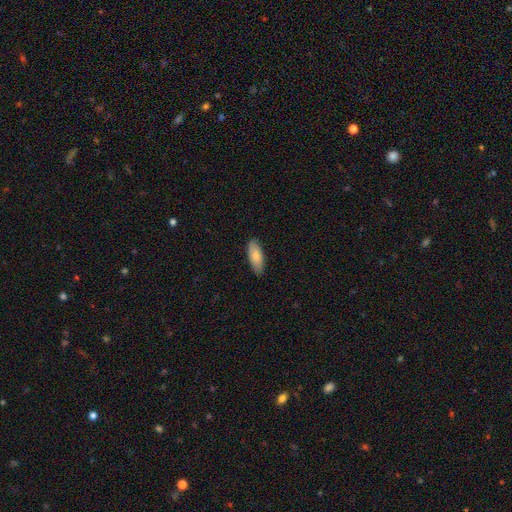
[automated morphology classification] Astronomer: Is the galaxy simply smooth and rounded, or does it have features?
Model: smooth — 78%.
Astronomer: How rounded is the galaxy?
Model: in between — 79%.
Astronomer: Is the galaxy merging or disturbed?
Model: none — 85%.